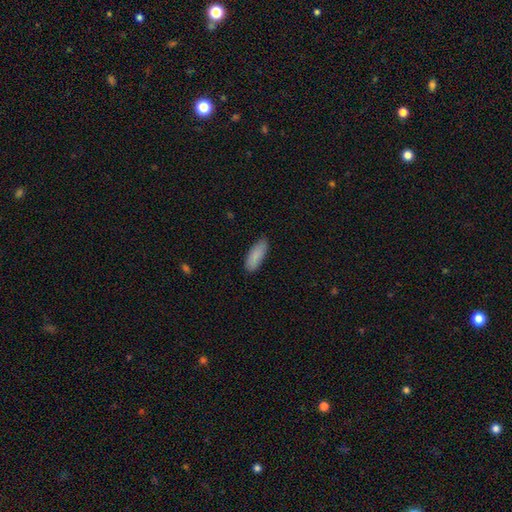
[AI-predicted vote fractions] Smooth or featured: smooth — 88% (star or artifact — 6%)
How rounded: in between — 68% (cigar-shaped — 30%)
Merging: none — 84% (minor disturbance — 13%)